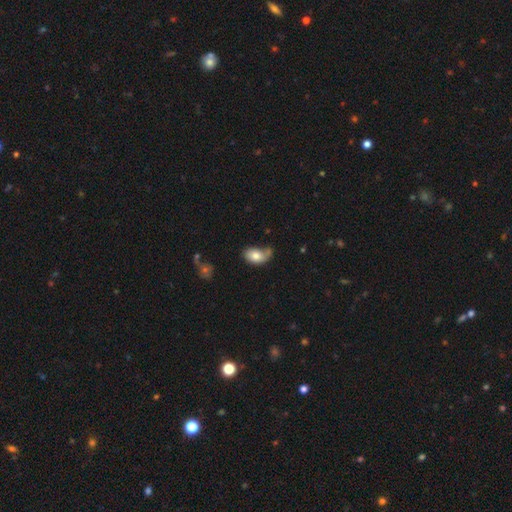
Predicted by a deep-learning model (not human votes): Morphology: type=smooth (76%); roundness=in between (87%); merging=none (38%).